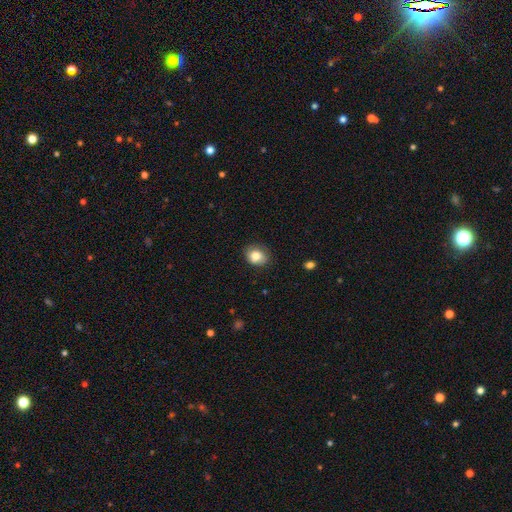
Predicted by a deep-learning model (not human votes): Smooth or featured?
  - smooth: 81% *
  - featured or disk: 10%
  - star or artifact: 9%
How rounded?
  - round: 50% *
  - in between: 49%
  - cigar-shaped: 1%
Merging?
  - none: 79% *
  - minor disturbance: 16%
  - major disturbance: 3%
  - merger: 1%